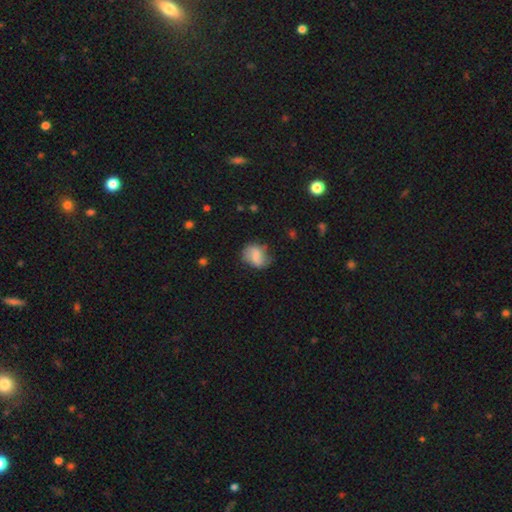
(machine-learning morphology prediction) Q: Smooth or featured?
A: smooth (62%); runner-up: featured or disk (30%)
Q: How rounded?
A: in between (50%); runner-up: round (48%)
Q: Merging?
A: none (62%); runner-up: minor disturbance (27%)